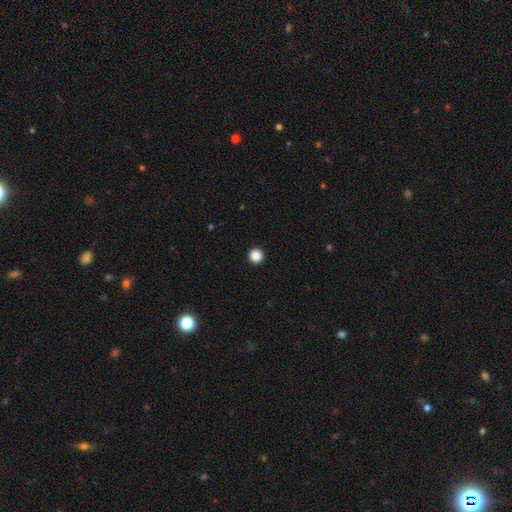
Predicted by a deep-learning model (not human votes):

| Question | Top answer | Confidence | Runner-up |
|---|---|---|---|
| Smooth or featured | smooth | 87% | star or artifact (10%) |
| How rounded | round | 96% | in between (3%) |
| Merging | none | 94% | minor disturbance (3%) |